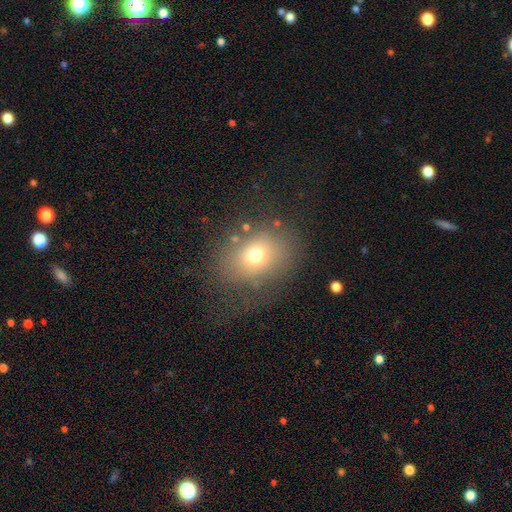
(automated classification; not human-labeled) Q: Smooth or featured?
A: smooth (67%); runner-up: featured or disk (17%)
Q: How rounded?
A: in between (54%); runner-up: round (45%)
Q: Merging?
A: none (62%); runner-up: minor disturbance (18%)